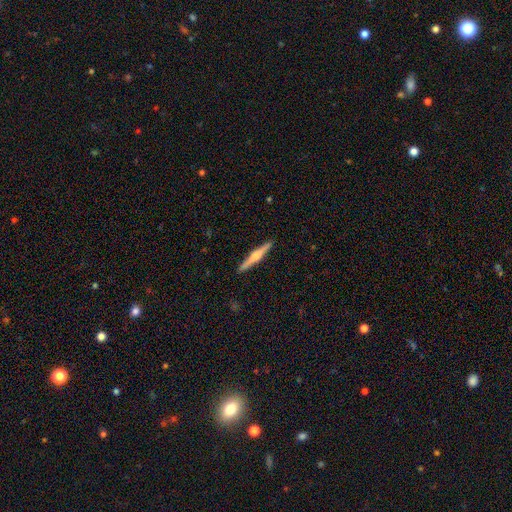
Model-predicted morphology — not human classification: This is likely a featured or disk galaxy (65%). It is clearly viewed edge-on (98%). Edge-on bulge: clearly rounded (84%). Merging: clearly none (92%).